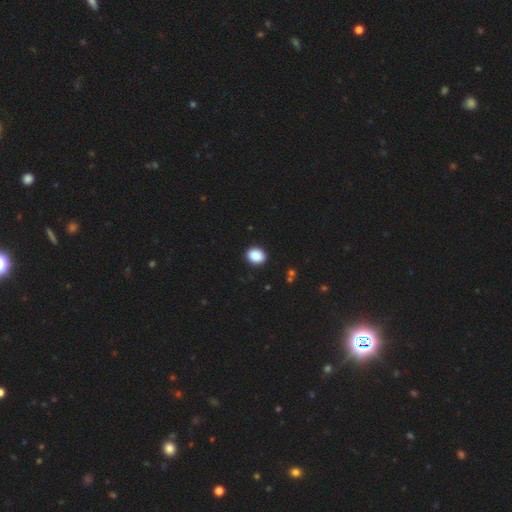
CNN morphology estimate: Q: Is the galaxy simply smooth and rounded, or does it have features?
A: smooth — 89%.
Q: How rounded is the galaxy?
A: round — 54%.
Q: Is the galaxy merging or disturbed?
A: none — 91%.